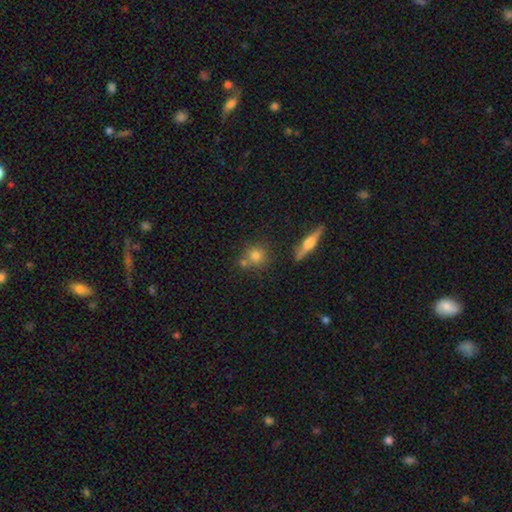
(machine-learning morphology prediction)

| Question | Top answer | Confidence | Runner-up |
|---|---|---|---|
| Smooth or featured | smooth | 74% | featured or disk (14%) |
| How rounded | round | 86% | in between (11%) |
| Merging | none | 66% | merger (20%) |